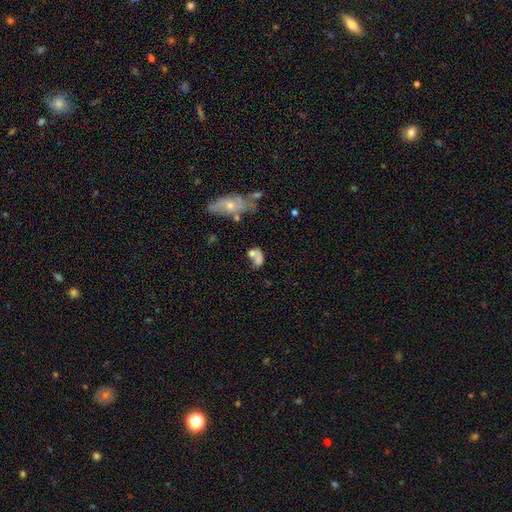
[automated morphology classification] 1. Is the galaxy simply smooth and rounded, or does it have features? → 62% smooth, 26% featured or disk, 12% star or artifact.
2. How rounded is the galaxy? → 72% in between, 25% round, 3% cigar-shaped.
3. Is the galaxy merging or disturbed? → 50% merger, 22% none, 14% major disturbance, 13% minor disturbance.